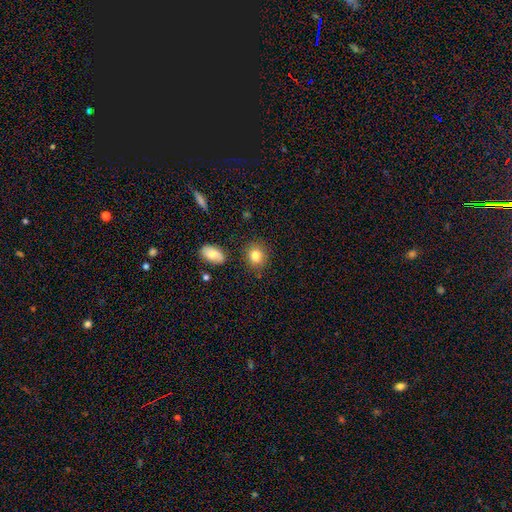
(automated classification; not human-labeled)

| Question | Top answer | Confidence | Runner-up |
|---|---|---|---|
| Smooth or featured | smooth | 82% | star or artifact (9%) |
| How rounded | round | 69% | in between (29%) |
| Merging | none | 85% | minor disturbance (10%) |